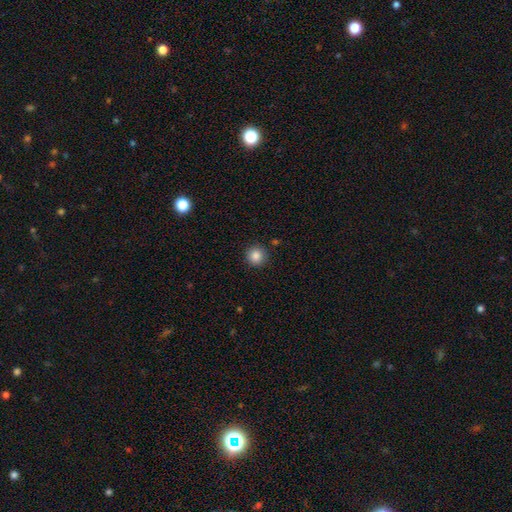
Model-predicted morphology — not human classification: Smooth or featured: smooth — 86% (star or artifact — 10%)
How rounded: round — 93% (in between — 6%)
Merging: none — 90% (minor disturbance — 6%)